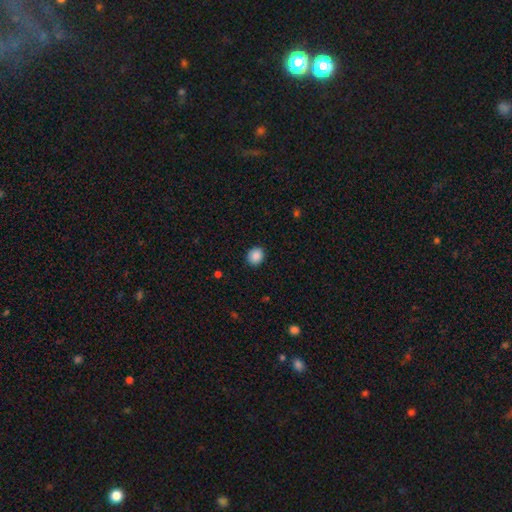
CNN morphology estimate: A smooth galaxy with no disk features (89%) that is round (74%). Merging: none (90%).